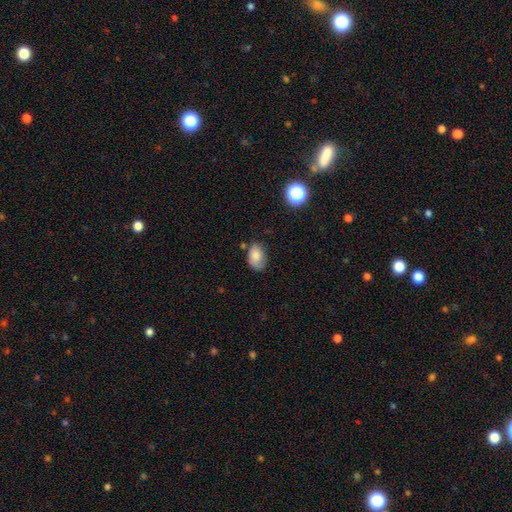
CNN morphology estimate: Smooth or featured: smooth — 81% (featured or disk — 10%)
How rounded: in between — 87% (round — 12%)
Merging: none — 61% (minor disturbance — 28%)